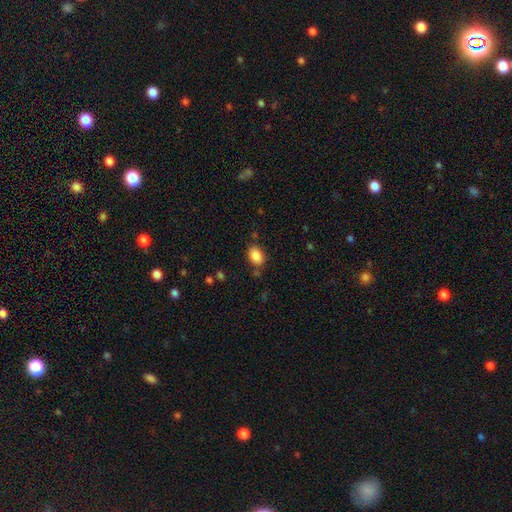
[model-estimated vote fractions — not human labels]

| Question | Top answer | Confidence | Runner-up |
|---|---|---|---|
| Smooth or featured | smooth | 87% | star or artifact (9%) |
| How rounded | in between | 80% | round (19%) |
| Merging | none | 80% | minor disturbance (13%) |